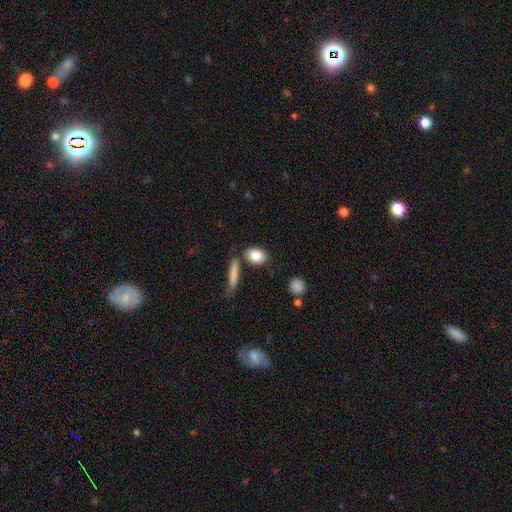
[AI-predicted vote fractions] smooth-or-featured: smooth: 84% | featured or disk: 8% | star or artifact: 7%
  how-rounded: in between: 68% | round: 27% | cigar-shaped: 5%
  merging: none: 77% | minor disturbance: 11% | merger: 9% | major disturbance: 4%